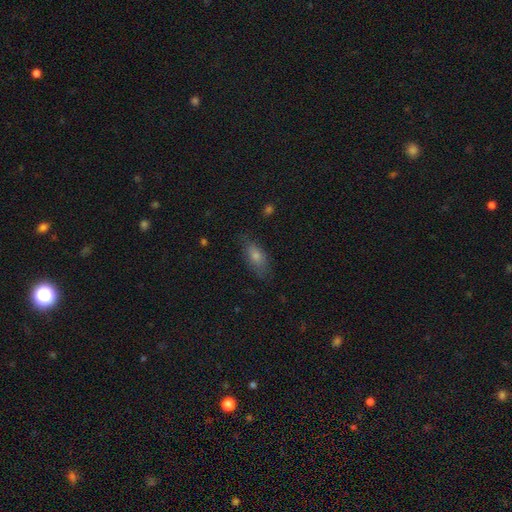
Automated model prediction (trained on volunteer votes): Q: Smooth or featured?
A: smooth (65%); runner-up: featured or disk (21%)
Q: How rounded?
A: in between (77%); runner-up: cigar-shaped (18%)
Q: Merging?
A: none (76%); runner-up: minor disturbance (18%)